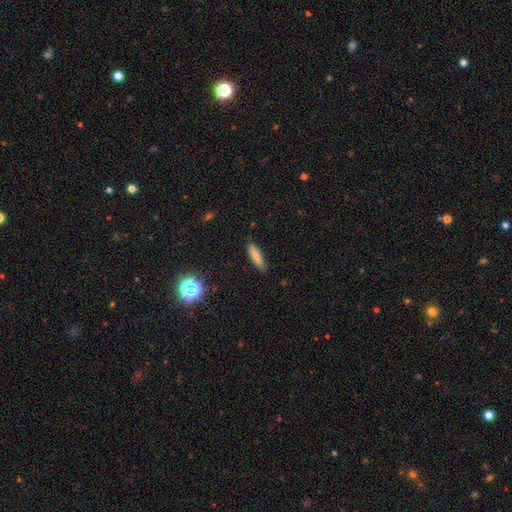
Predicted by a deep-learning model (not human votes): Smooth or featured?
  - smooth: 80% *
  - featured or disk: 11%
  - star or artifact: 9%
How rounded?
  - cigar-shaped: 65% *
  - in between: 33%
  - round: 2%
Merging?
  - none: 85% *
  - minor disturbance: 12%
  - major disturbance: 2%
  - merger: 1%